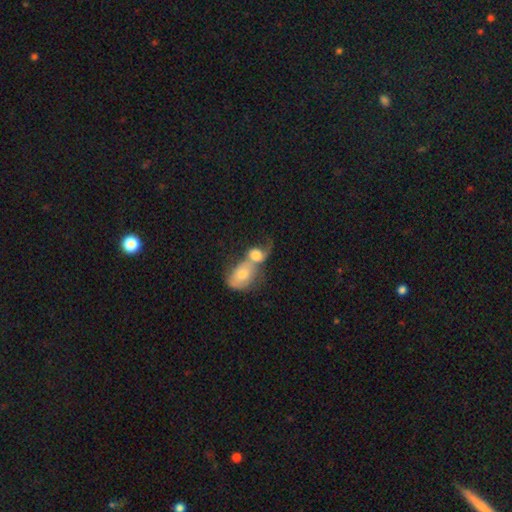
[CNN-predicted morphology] The model was most divided on "how rounded": in between: 54%, round: 44%, cigar-shaped: 2%. More confident: merging — merger (78%); smooth or featured — smooth (60%).